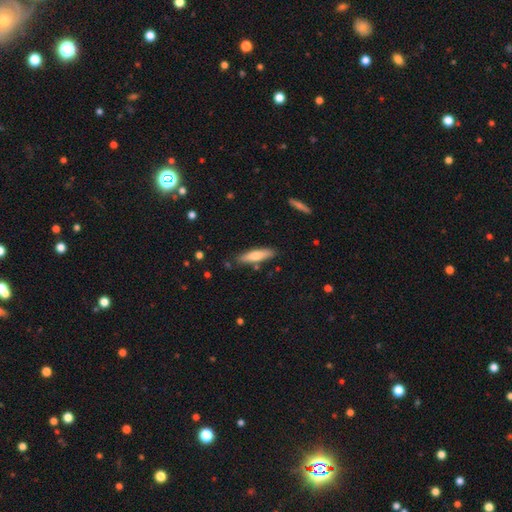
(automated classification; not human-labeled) Smooth or featured?
  - smooth: 66% *
  - featured or disk: 28%
  - star or artifact: 6%
How rounded?
  - cigar-shaped: 73% *
  - in between: 26%
  - round: 2%
Merging?
  - none: 83% *
  - minor disturbance: 11%
  - merger: 3%
  - major disturbance: 2%